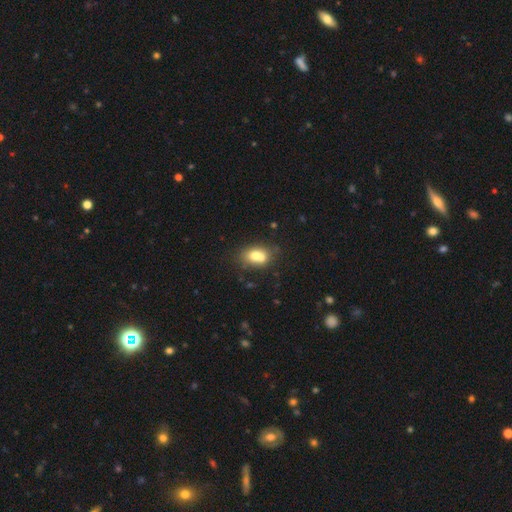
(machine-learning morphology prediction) smooth_or_featured: smooth (p=0.70) [alt: featured or disk p=0.20]
how_rounded: in between (p=0.68) [alt: round p=0.30]
merging: merger (p=0.43) [alt: none p=0.40]